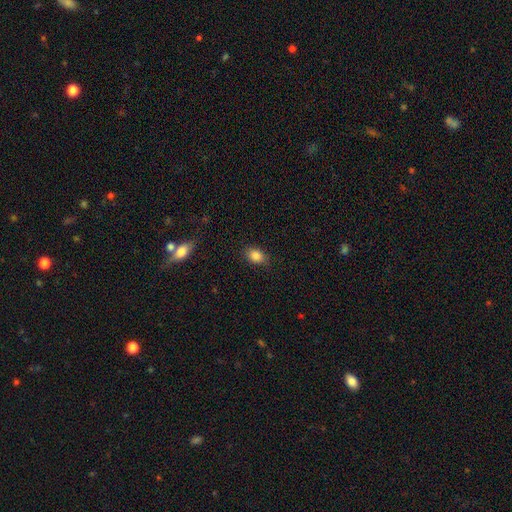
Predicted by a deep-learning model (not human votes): Smooth or featured? smooth (86%)
How rounded? in between (72%)
Merging? none (82%)